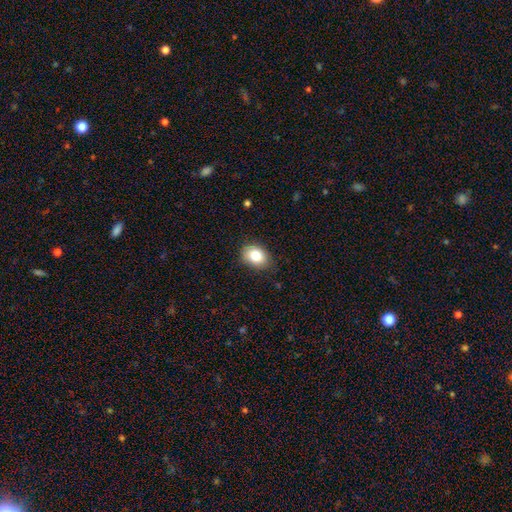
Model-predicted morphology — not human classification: A smooth galaxy with no disk features (82%) that is in between round and cigar-shaped (65%).

Vote fractions:
- Smooth or featured? smooth: 82% / star or artifact: 9% / featured or disk: 9%
- How rounded? in between: 65% / round: 34% / cigar-shaped: 1%
- Merging? none: 82% / minor disturbance: 14% / major disturbance: 3% / merger: 1%